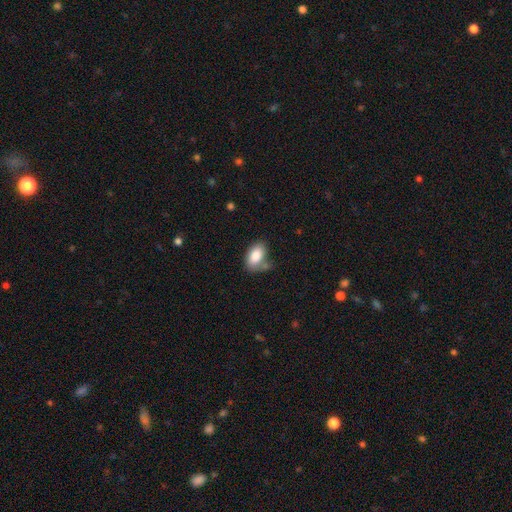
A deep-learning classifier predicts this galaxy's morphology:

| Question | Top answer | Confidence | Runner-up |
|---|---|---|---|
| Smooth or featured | smooth | 85% | featured or disk (8%) |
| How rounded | in between | 92% | round (7%) |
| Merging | none | 59% | minor disturbance (23%) |